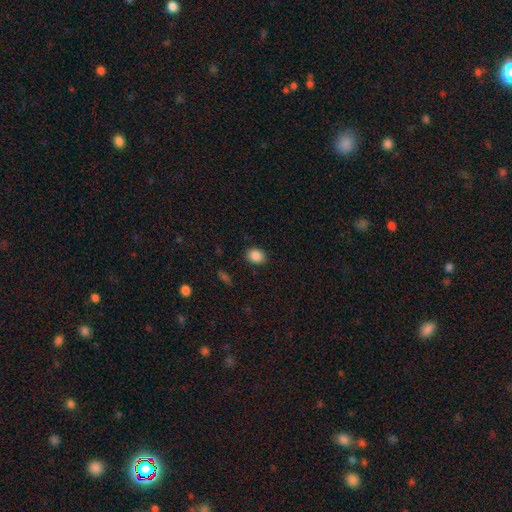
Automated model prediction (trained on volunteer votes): Smooth or featured: smooth — 87% (star or artifact — 9%)
How rounded: round — 50% (in between — 49%)
Merging: none — 88% (minor disturbance — 8%)